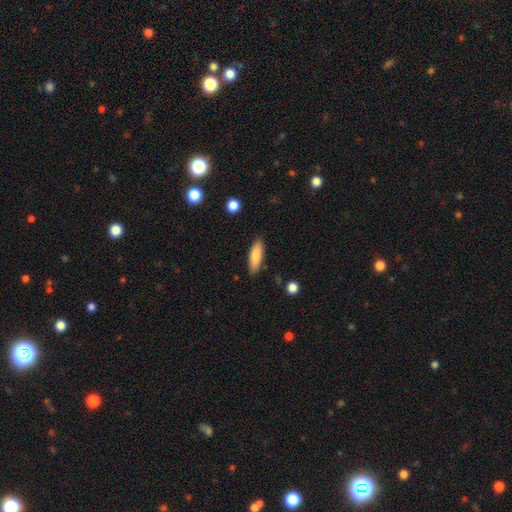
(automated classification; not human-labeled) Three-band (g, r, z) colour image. It shows a smooth galaxy with no disk features (82%) that is cigar-shaped (51%). Merging: none (86%).